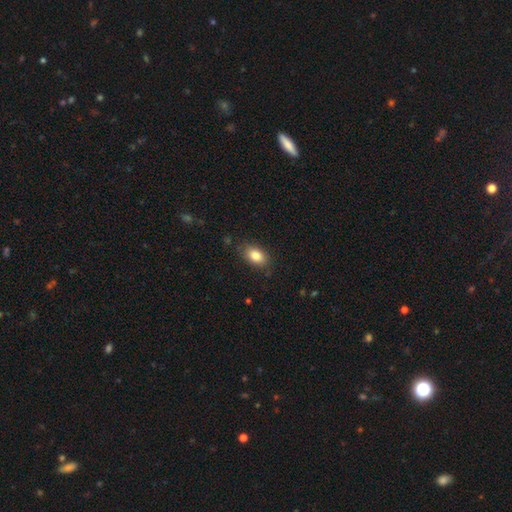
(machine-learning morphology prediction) A smooth galaxy with no disk features (83%) that is in between round and cigar-shaped (90%). Merging: none (81%).